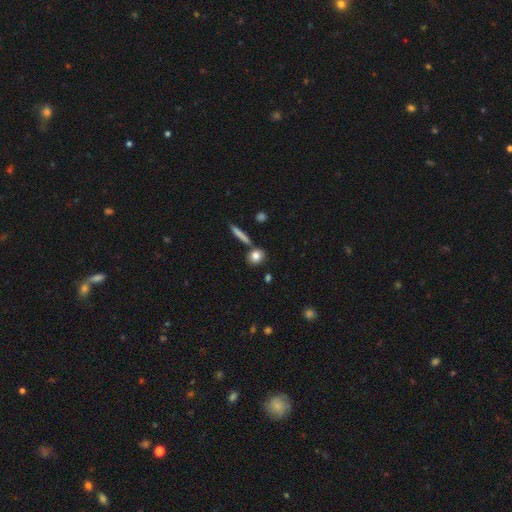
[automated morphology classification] The model was most divided on "how rounded": round: 70%, in between: 23%, cigar-shaped: 7%. More confident: smooth or featured — smooth (81%); merging — none (75%).